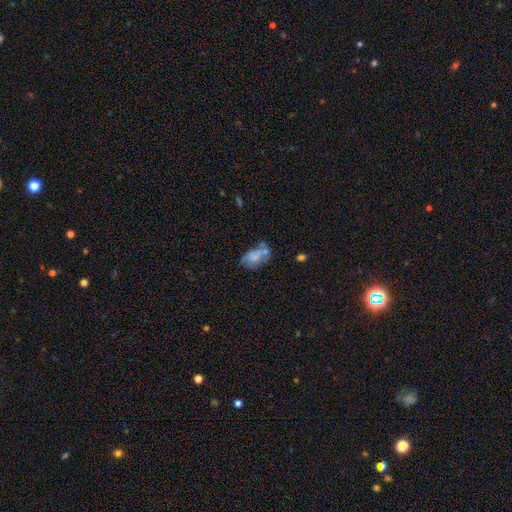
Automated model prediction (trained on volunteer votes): A smooth galaxy with no disk features (51%) that is in between round and cigar-shaped (88%). Merging: none (30%).